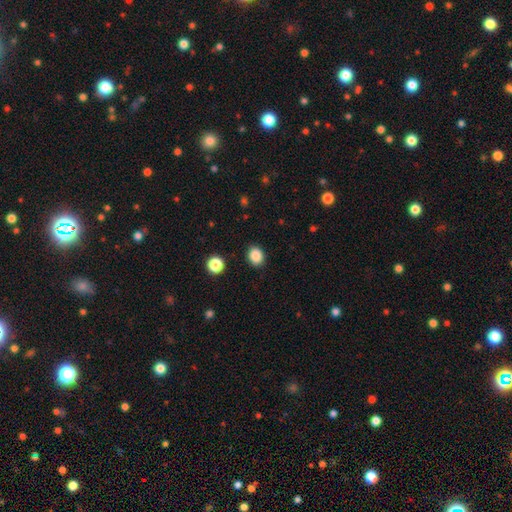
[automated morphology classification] Smooth or featured? Predicted: smooth (p=0.87). How rounded? Predicted: round (p=0.53). Merging? Predicted: none (p=0.89).